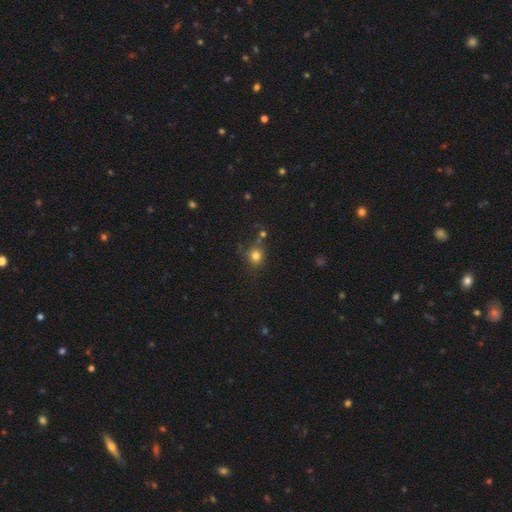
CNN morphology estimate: smooth-or-featured: smooth: 79% | star or artifact: 14% | featured or disk: 7%
  how-rounded: round: 82% | in between: 17% | cigar-shaped: 1%
  merging: none: 69% | minor disturbance: 15% | merger: 10% | major disturbance: 6%